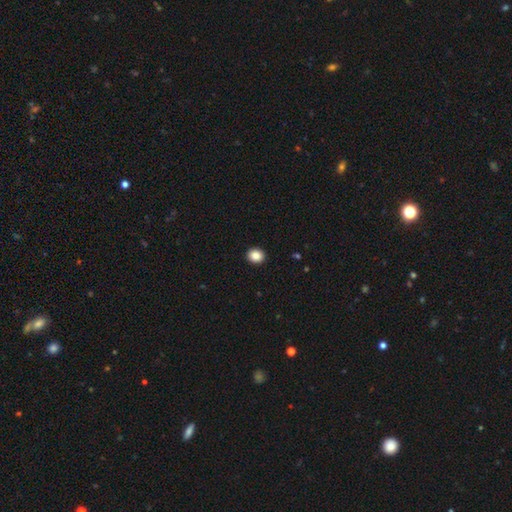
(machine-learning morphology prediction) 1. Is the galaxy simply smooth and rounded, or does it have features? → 88% smooth, 9% star or artifact, 3% featured or disk.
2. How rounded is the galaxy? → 71% round, 29% in between, 1% cigar-shaped.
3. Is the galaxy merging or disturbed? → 93% none, 5% minor disturbance, 2% major disturbance, 1% merger.